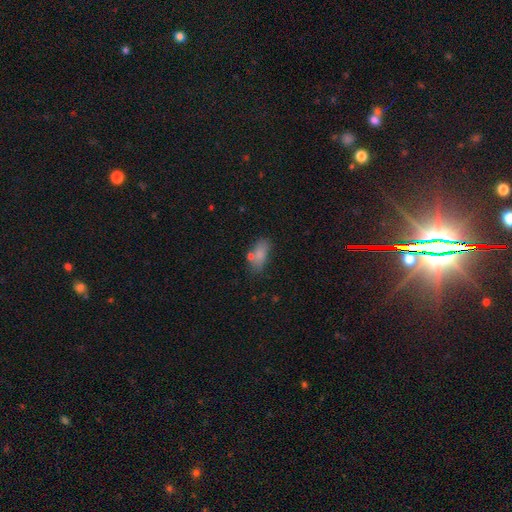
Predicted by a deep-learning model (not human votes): This appears to be a smooth galaxy with no disk features (67%) that is in between round and cigar-shaped (81%). Merging: none (63%).